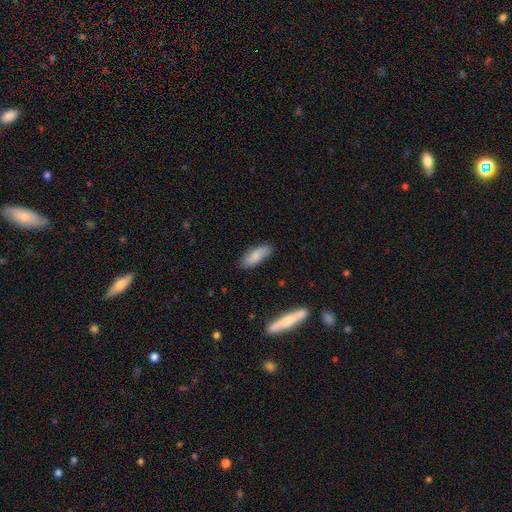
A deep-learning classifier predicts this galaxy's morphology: A smooth galaxy with no disk features (77%) that is in between round and cigar-shaped (69%). Merging: none (80%).